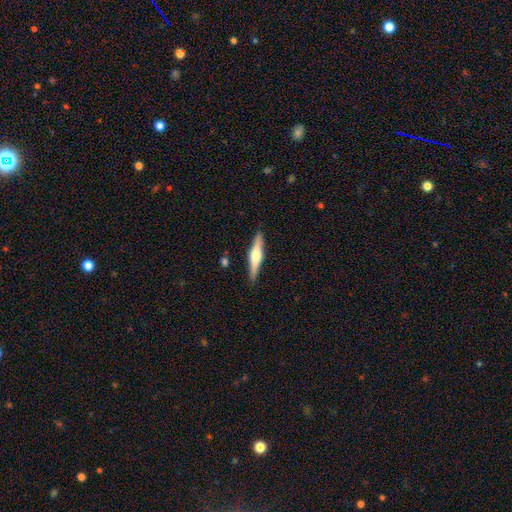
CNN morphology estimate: Smooth or featured?
  - featured or disk: 63% *
  - smooth: 31%
  - star or artifact: 5%
Edge-on disk?
  - yes: 97% *
  - no: 3%
Edge-on bulge?
  - rounded: 88% *
  - boxy: 8%
  - none: 4%
Merging?
  - none: 90% *
  - minor disturbance: 7%
  - major disturbance: 2%
  - merger: 1%